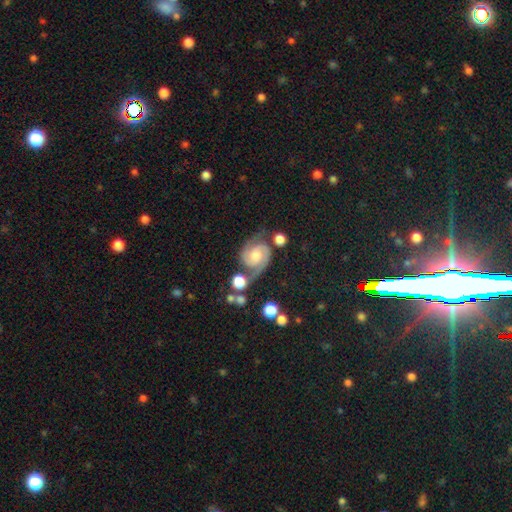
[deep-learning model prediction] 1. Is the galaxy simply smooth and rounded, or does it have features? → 86% featured or disk, 8% smooth, 6% star or artifact.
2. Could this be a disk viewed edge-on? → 98% no, 2% yes.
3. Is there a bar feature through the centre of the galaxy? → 65% no, 28% weak, 6% strong.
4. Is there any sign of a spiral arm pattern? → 98% yes, 2% no.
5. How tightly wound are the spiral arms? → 51% medium, 36% tight, 13% loose.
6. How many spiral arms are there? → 93% 2, 2% can't tell, 2% 1, 1% 3, 1% 4, 1% more than 4.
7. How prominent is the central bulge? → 44% moderate, 27% small, 14% large, 12% none, 3% dominant.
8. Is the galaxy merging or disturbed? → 61% none, 19% minor disturbance, 10% merger, 9% major disturbance.